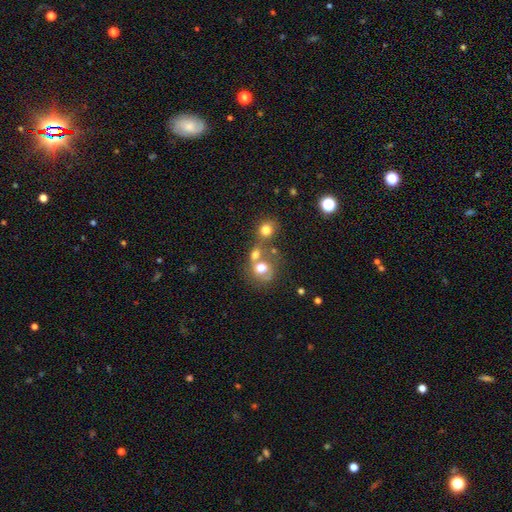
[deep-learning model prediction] Smooth or featured? smooth (59%)
How rounded? round (78%)
Merging? merger (45%)